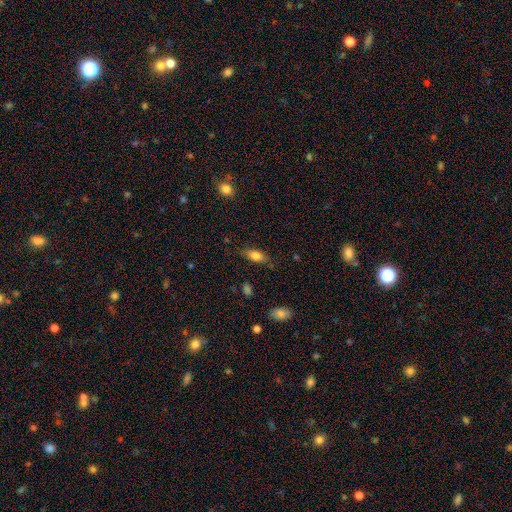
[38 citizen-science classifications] Smooth or featured? 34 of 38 (89%) said smooth. How rounded? 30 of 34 (88%) said in between. Merging? 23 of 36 (64%) said none.